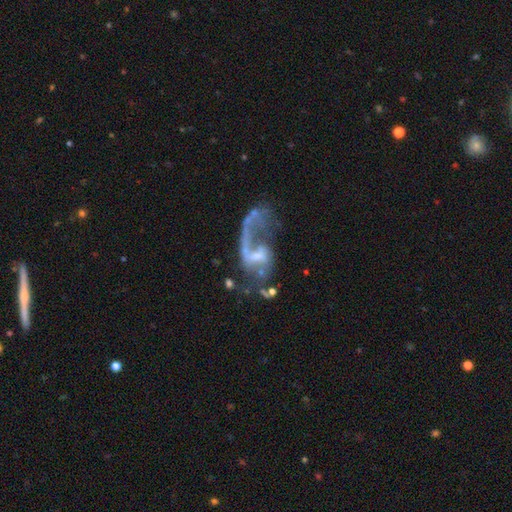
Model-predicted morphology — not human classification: A featured or disk galaxy (82%) with a weak bar (45%), 1 (47%) loose (79%) spiral arms (83%) and a small central bulge (49%).

Vote fractions:
- Smooth or featured? featured or disk: 82% / smooth: 9% / star or artifact: 8%
- Edge-on disk? no: 97% / yes: 3%
- Bar? weak: 45% / no: 39% / strong: 15%
- Spiral arms? yes: 83% / no: 17%
- Spiral winding? loose: 79% / medium: 17% / tight: 4%
- Spiral arm count? 1: 47% / 2: 46% / can't tell: 4% / 3: 1% / 4: 1% / more than 4: 1%
- Bulge size? small: 49% / moderate: 24% / none: 22% / large: 3% / dominant: 1%
- Merging? major disturbance: 42% / none: 30% / merger: 14% / minor disturbance: 14%